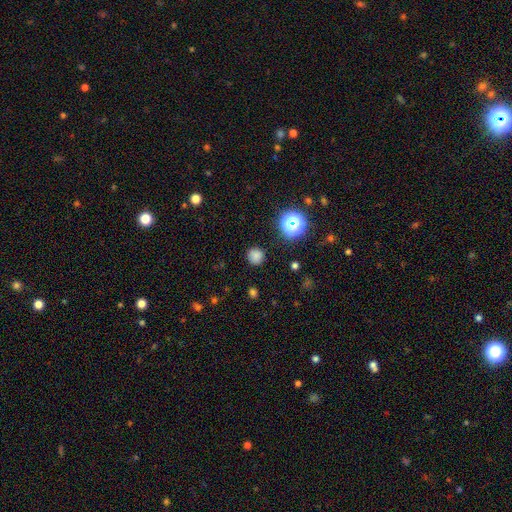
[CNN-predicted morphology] A smooth galaxy with no disk features (78%) that is round (93%). Merging: none (87%).